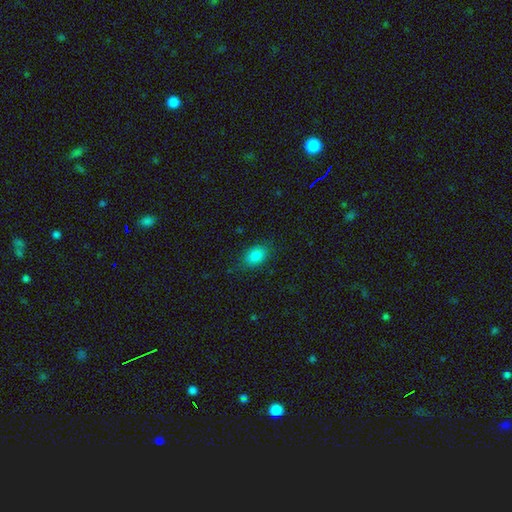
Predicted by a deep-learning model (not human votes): The model was most divided on "how rounded": in between: 81%, round: 18%, cigar-shaped: 2%. More confident: smooth or featured — smooth (86%); merging — none (81%).